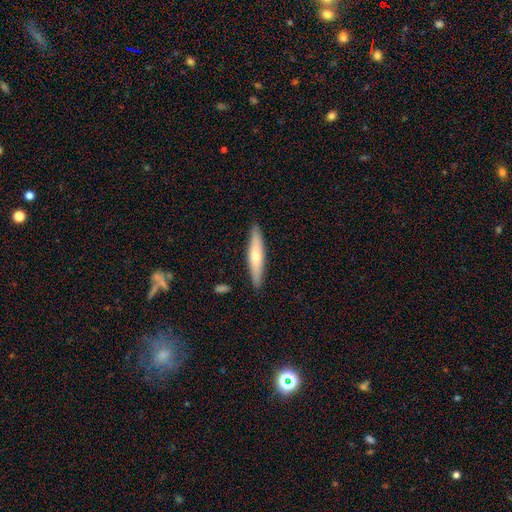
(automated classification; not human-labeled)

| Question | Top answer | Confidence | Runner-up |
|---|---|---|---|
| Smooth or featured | smooth | 55% | featured or disk (40%) |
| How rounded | cigar-shaped | 88% | in between (11%) |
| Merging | none | 90% | minor disturbance (8%) |